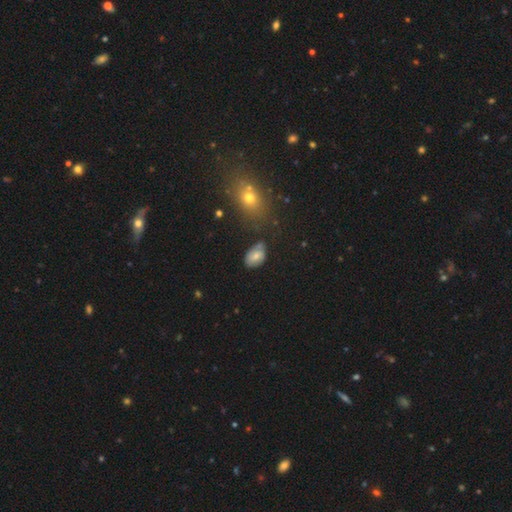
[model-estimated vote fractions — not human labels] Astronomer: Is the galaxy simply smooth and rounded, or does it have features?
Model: smooth — 62%.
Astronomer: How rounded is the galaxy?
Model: in between — 85%.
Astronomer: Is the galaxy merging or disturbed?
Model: none — 63%.